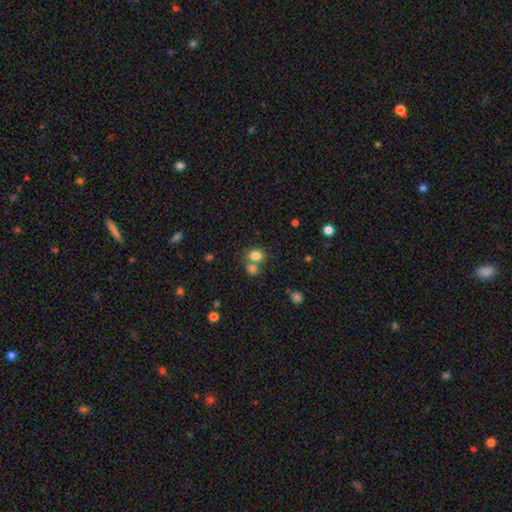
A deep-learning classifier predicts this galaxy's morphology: Smooth or featured? Predicted: smooth (p=0.80). How rounded? Predicted: round (p=0.50). Merging? Predicted: none (p=0.48).